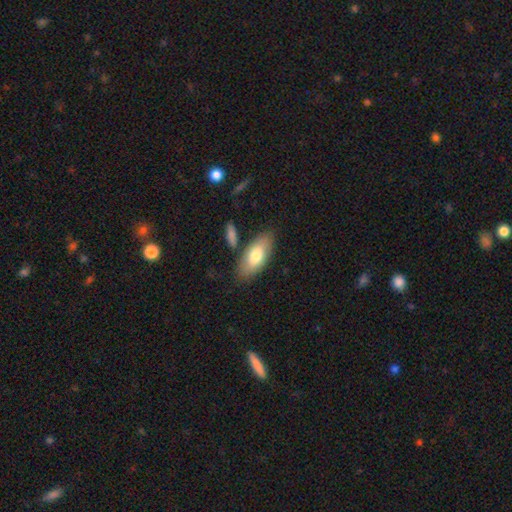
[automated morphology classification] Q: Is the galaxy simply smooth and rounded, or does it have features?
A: smooth — 75%.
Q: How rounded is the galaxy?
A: in between — 87%.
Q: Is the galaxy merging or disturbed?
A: none — 77%.